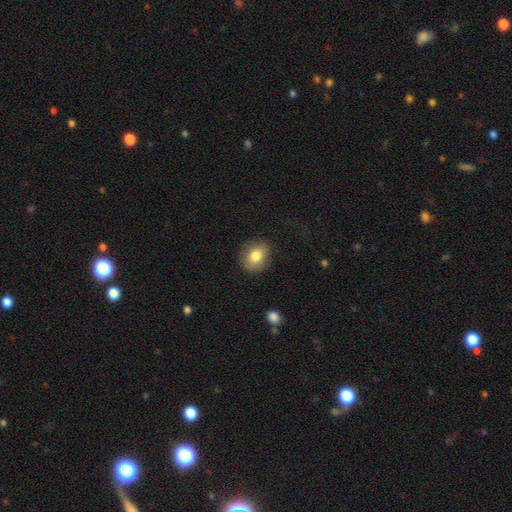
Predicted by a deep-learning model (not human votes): Smooth or featured? smooth (80%)
How rounded? round (59%)
Merging? none (83%)